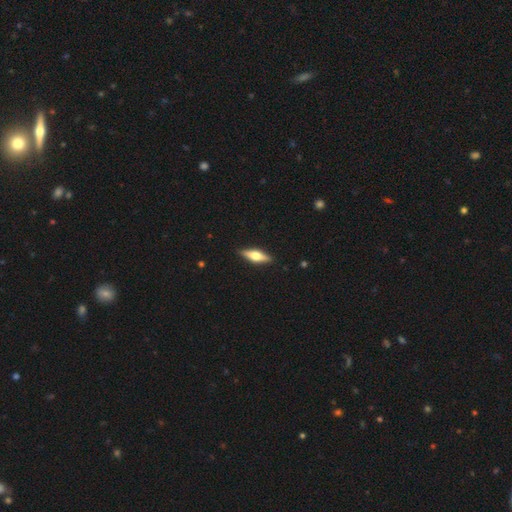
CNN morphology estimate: A featured or disk galaxy (55%) viewed edge-on (94%) with a rounded central bulge (93%). Merging: none (89%).